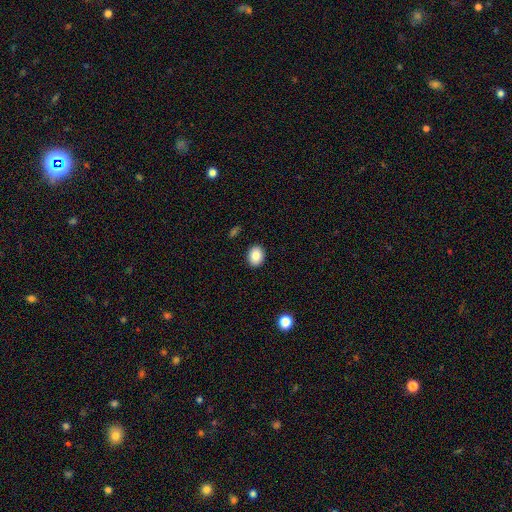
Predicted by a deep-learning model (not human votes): Smooth or featured? Predicted: smooth (p=0.86). How rounded? Predicted: in between (p=0.59). Merging? Predicted: none (p=0.91).